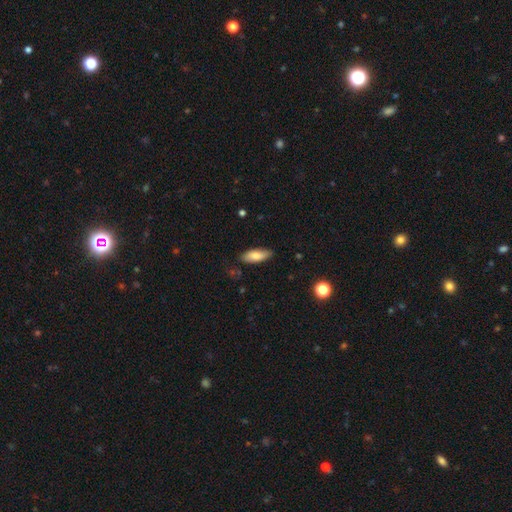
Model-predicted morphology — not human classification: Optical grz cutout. It shows a smooth galaxy with no disk features (79%) that is in between round and cigar-shaped (69%). Merging: none (81%).